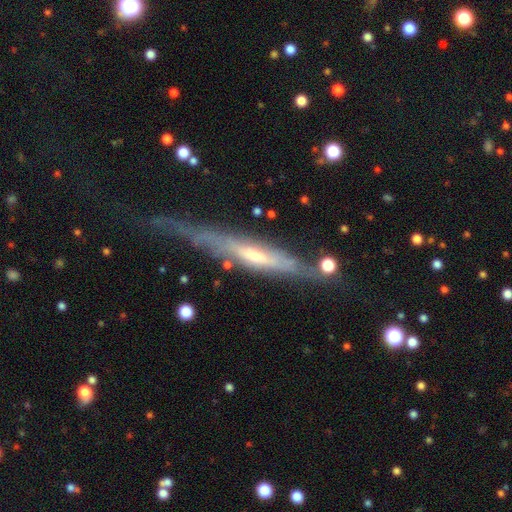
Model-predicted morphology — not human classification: type=featured or disk (76%); edge-on=yes (78%); edge-on bulge=rounded (46%); merging=none (52%).